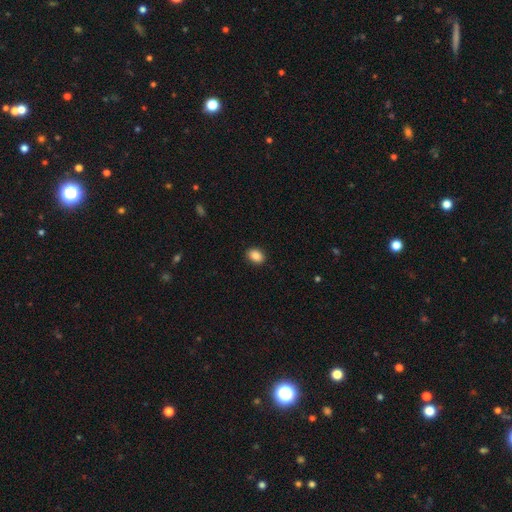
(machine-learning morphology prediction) Smooth or featured? smooth (87%)
How rounded? in between (66%)
Merging? none (90%)